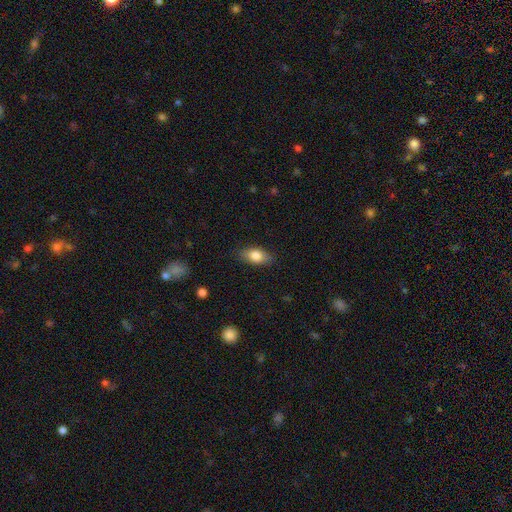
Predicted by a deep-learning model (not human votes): Smooth or featured? smooth (81%)
How rounded? in between (88%)
Merging? none (85%)